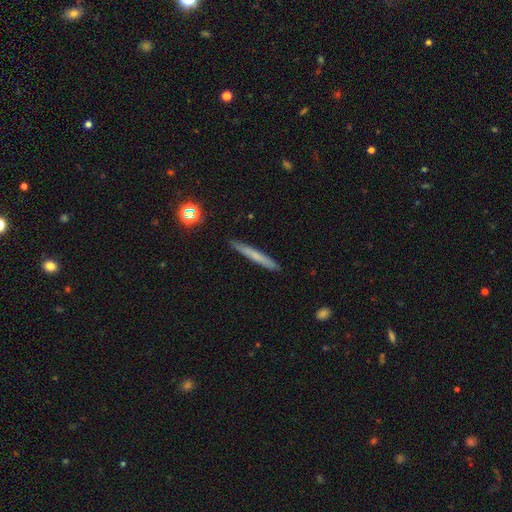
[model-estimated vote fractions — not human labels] A smooth galaxy with no disk features (61%) that is cigar-shaped (96%). Merging: none (90%).